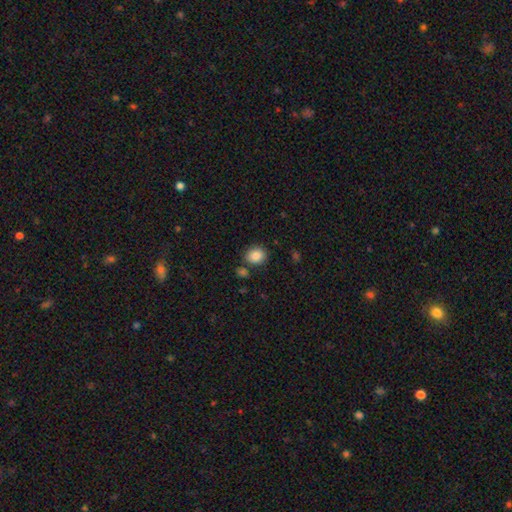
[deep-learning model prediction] This is clearly a smooth galaxy (86%). How rounded: likely round (67%). Merging: clearly none (80%).